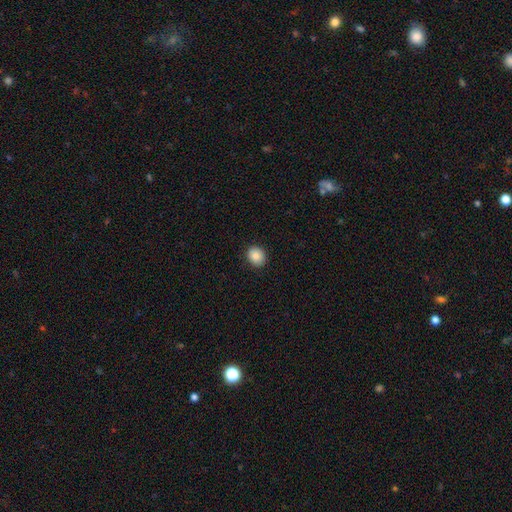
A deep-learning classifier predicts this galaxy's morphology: Smooth or featured?
  - smooth: 86% *
  - star or artifact: 9%
  - featured or disk: 6%
How rounded?
  - round: 70% *
  - in between: 29%
  - cigar-shaped: 1%
Merging?
  - none: 89% *
  - minor disturbance: 8%
  - major disturbance: 2%
  - merger: 1%